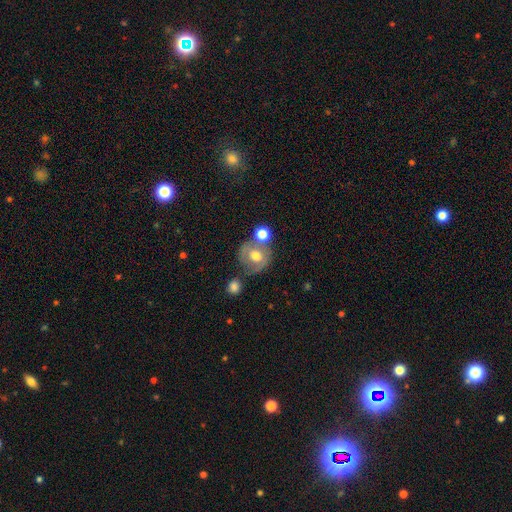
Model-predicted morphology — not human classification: A smooth galaxy with no disk features (51%) that is round (79%). Merging: none (54%).